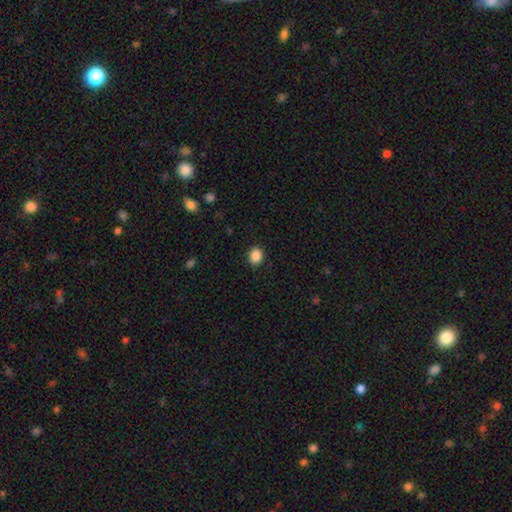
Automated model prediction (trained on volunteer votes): Smooth or featured? smooth (88%)
How rounded? round (67%)
Merging? none (90%)